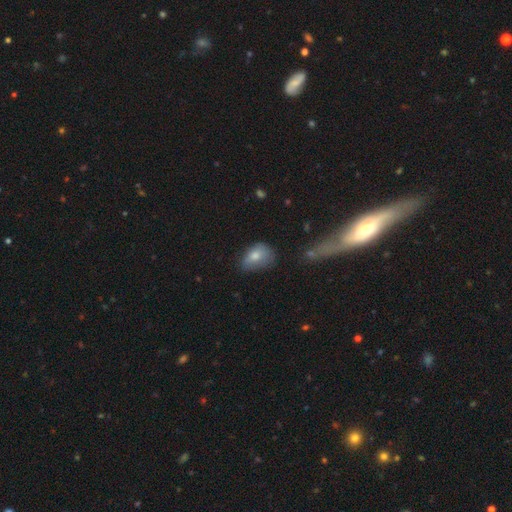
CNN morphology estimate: Smooth or featured: smooth — 74% (featured or disk — 17%)
How rounded: in between — 77% (round — 22%)
Merging: none — 40% (tied with minor disturbance — 40%)